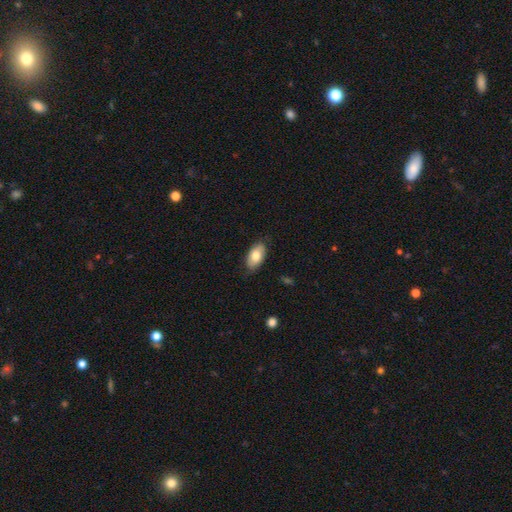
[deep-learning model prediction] Smooth or featured?
  - smooth: 77% *
  - featured or disk: 17%
  - star or artifact: 6%
How rounded?
  - in between: 94% *
  - round: 4%
  - cigar-shaped: 3%
Merging?
  - none: 79% *
  - minor disturbance: 17%
  - major disturbance: 3%
  - merger: 1%